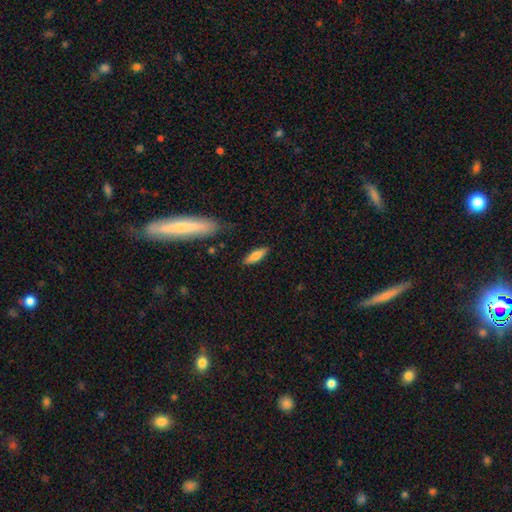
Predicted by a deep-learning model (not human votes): Overall: smooth (72%). How rounded: cigar-shaped (53%; in between 45%). Merging: none (85%).